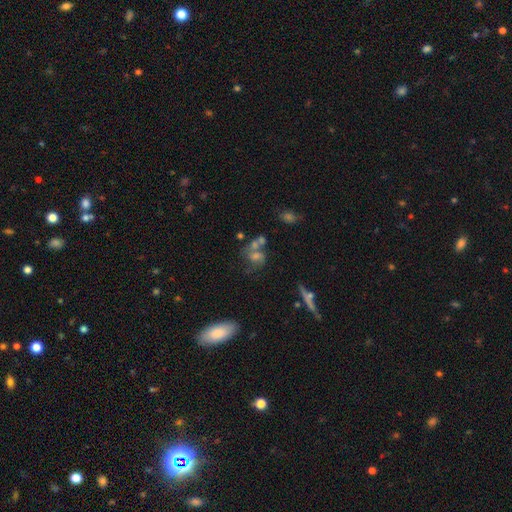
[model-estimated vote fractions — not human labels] smooth-or-featured: smooth: 35% | featured or disk: 33% | star or artifact: 33%
  merging: none: 55% | merger: 23% | minor disturbance: 13% | major disturbance: 9%